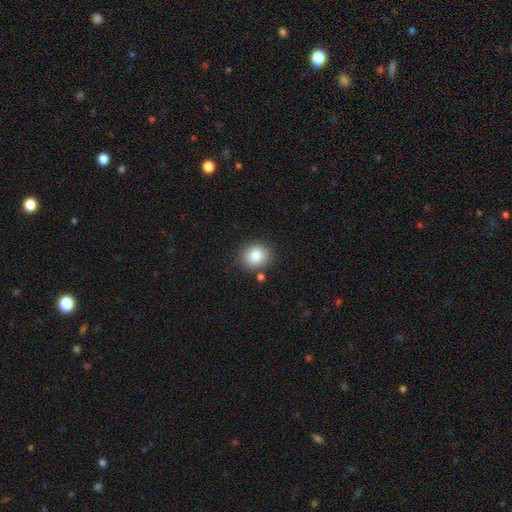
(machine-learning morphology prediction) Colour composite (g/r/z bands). It shows a smooth galaxy with no disk features (83%) that is round (71%). Merging: none (82%).